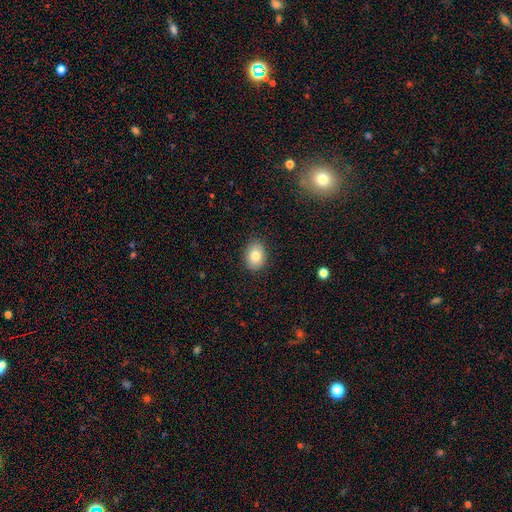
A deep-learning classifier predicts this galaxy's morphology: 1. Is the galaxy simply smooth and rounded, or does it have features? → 81% smooth, 10% featured or disk, 8% star or artifact.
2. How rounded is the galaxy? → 67% in between, 32% round, 1% cigar-shaped.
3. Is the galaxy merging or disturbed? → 87% none, 10% minor disturbance, 2% major disturbance, 1% merger.